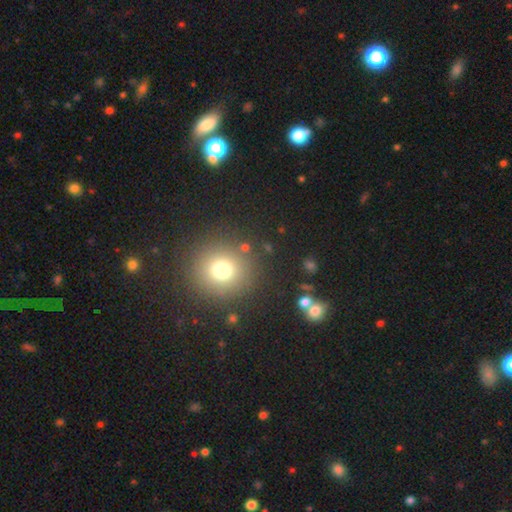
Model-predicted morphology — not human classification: Smooth or featured? Predicted: smooth (p=0.57). How rounded? Predicted: round (p=0.92). Merging? Predicted: none (p=0.88).